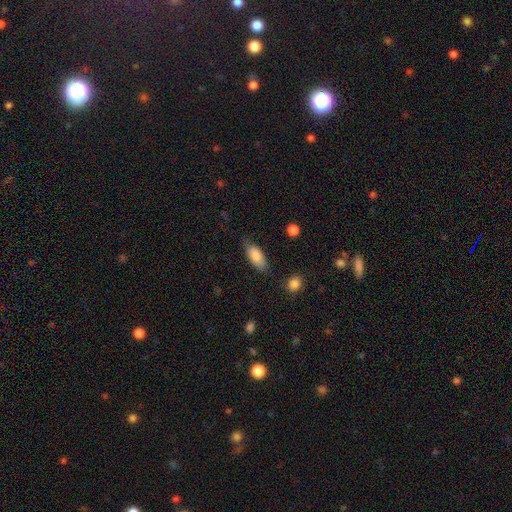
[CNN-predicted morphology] smooth 85%, featured or disk 9%, star or artifact 6%. Down the decision tree: how rounded — in between (85%); merging — none (68%).